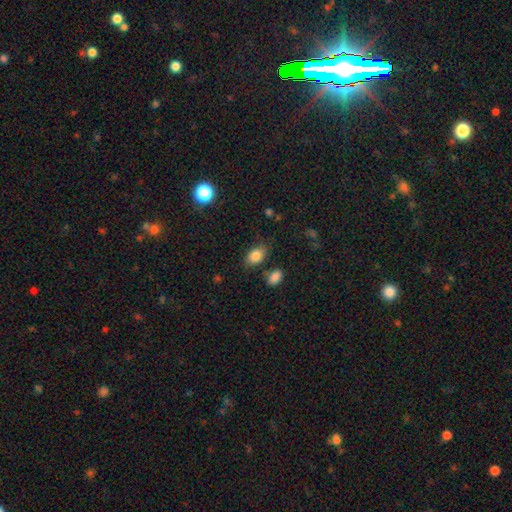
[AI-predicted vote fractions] This is clearly a smooth galaxy (85%). How rounded: clearly in between (87%). Merging: likely none (76%).